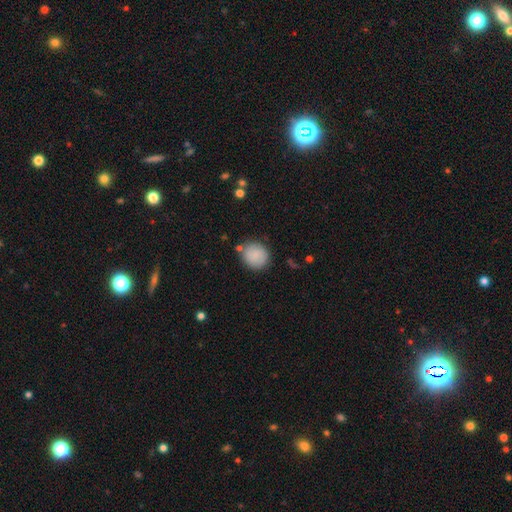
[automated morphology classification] This appears to be a smooth galaxy with no disk features (87%) that is round (89%). Merging: none (80%).